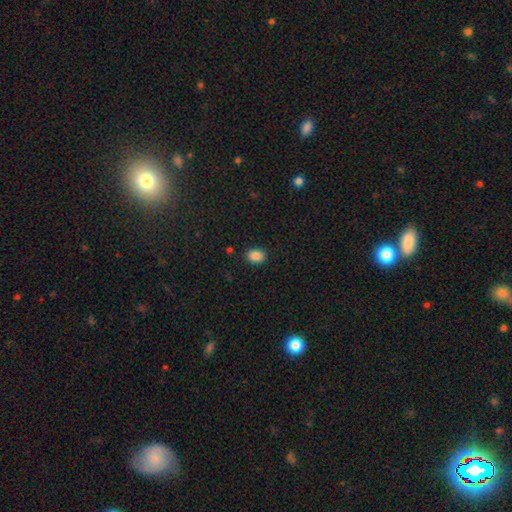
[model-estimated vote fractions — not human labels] A smooth galaxy with no disk features (88%) that is in between round and cigar-shaped (73%). Merging: none (88%).